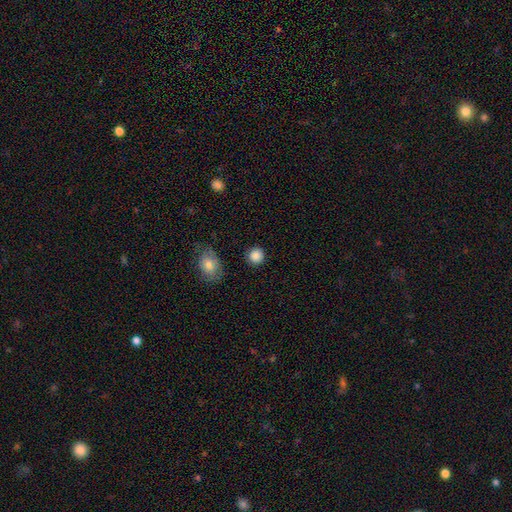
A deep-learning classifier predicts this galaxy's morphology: A smooth galaxy with no disk features (87%) that is round (90%).

Vote fractions:
- Smooth or featured? smooth: 87% / star or artifact: 9% / featured or disk: 4%
- How rounded? round: 90% / in between: 9% / cigar-shaped: 1%
- Merging? none: 88% / minor disturbance: 8% / major disturbance: 3% / merger: 2%